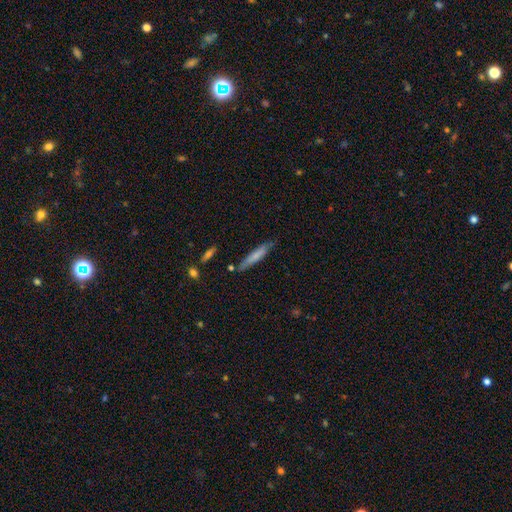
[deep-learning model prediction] smooth 68%, featured or disk 26%, star or artifact 6%. Down the decision tree: how rounded — cigar-shaped (90%); merging — none (78%).